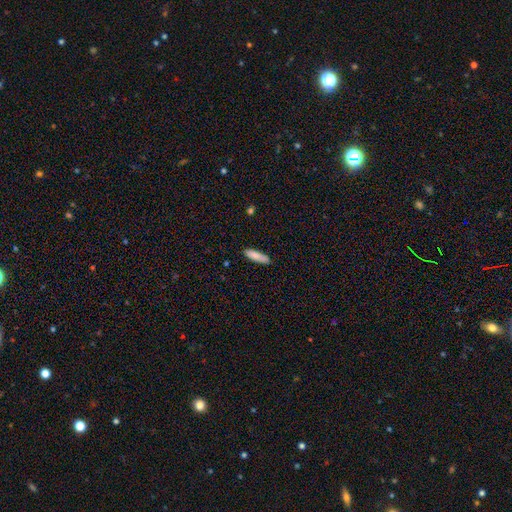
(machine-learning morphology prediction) The model was most divided on "how rounded": cigar-shaped: 71%, in between: 28%, round: 1%. More confident: merging — none (87%); smooth or featured — smooth (84%).